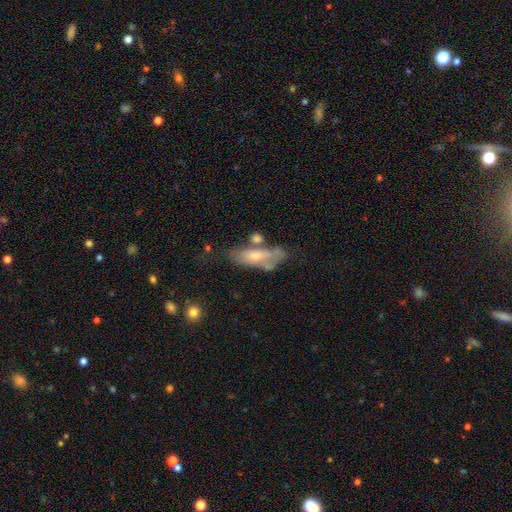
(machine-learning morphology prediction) smooth 47%, featured or disk 46%, star or artifact 7%. Down the decision tree: merging — none (38%).